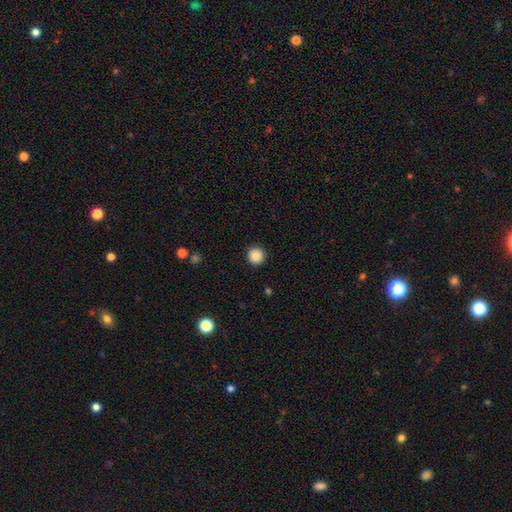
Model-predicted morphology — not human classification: Smooth or featured?
  - smooth: 88% *
  - star or artifact: 9%
  - featured or disk: 3%
How rounded?
  - round: 96% *
  - in between: 3%
  - cigar-shaped: 1%
Merging?
  - none: 92% *
  - minor disturbance: 5%
  - major disturbance: 2%
  - merger: 1%